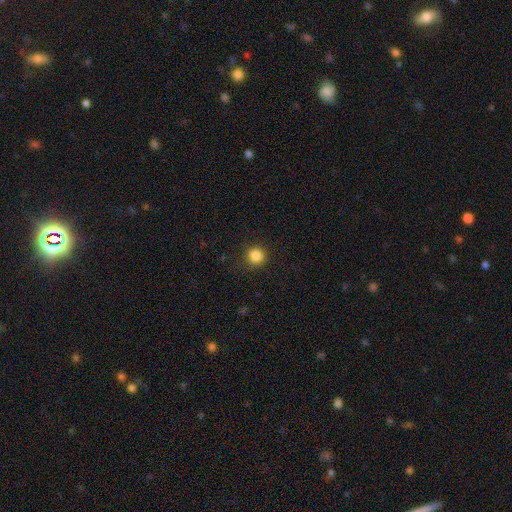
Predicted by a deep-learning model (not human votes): Smooth or featured? smooth (85%)
How rounded? round (94%)
Merging? none (89%)